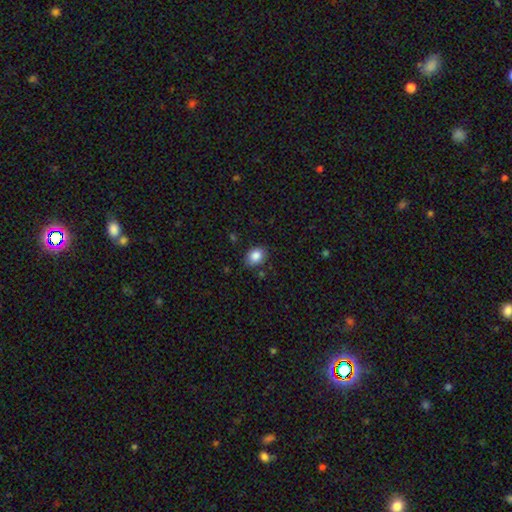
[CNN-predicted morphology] Q: Smooth or featured?
A: smooth (86%); runner-up: star or artifact (9%)
Q: How rounded?
A: in between (65%); runner-up: round (35%)
Q: Merging?
A: none (82%); runner-up: minor disturbance (14%)